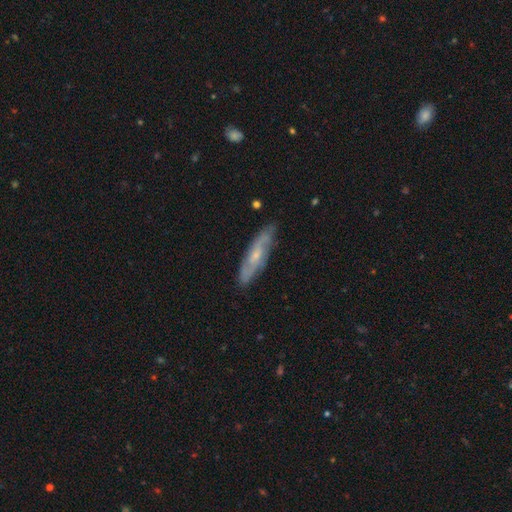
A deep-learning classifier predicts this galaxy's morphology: Smooth or featured: featured or disk — 62% (smooth — 31%)
Edge-on disk: no — 63% (yes — 37%)
Merging: none — 82% (minor disturbance — 14%)